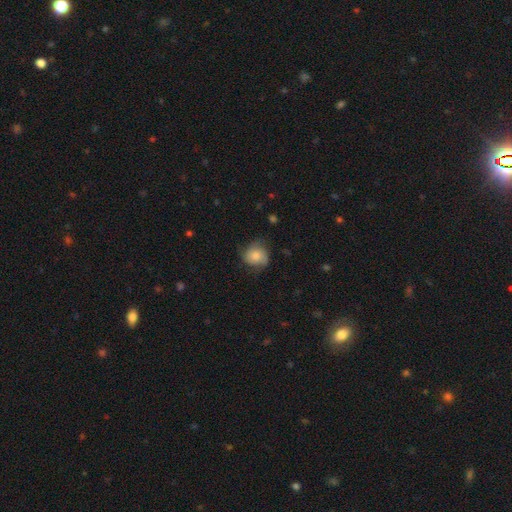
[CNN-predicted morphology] The model was most divided on "smooth or featured": smooth: 63%, featured or disk: 29%, star or artifact: 8%. More confident: how rounded — round (77%); merging — none (62%).